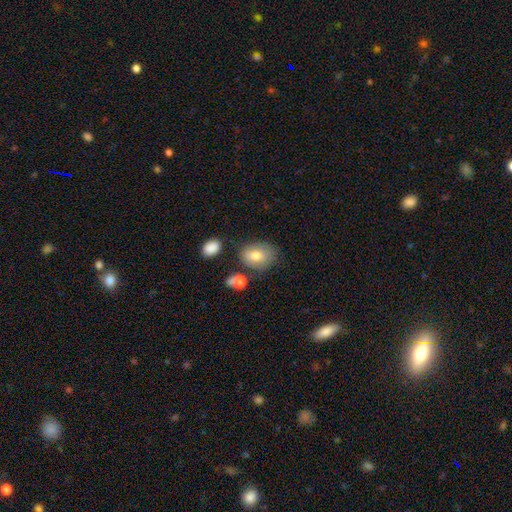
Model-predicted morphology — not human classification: Smooth or featured?
  - smooth: 71% *
  - featured or disk: 19%
  - star or artifact: 10%
How rounded?
  - in between: 63% *
  - round: 35%
  - cigar-shaped: 1%
Merging?
  - none: 67% *
  - minor disturbance: 19%
  - merger: 8%
  - major disturbance: 6%